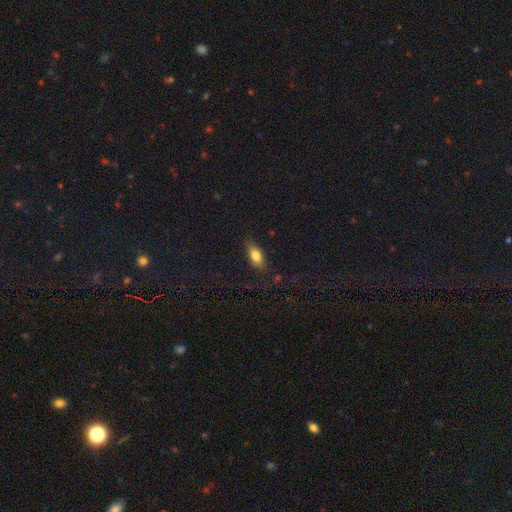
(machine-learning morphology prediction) Overall: smooth (77%). How rounded: in between (80%). Merging: none (79%).